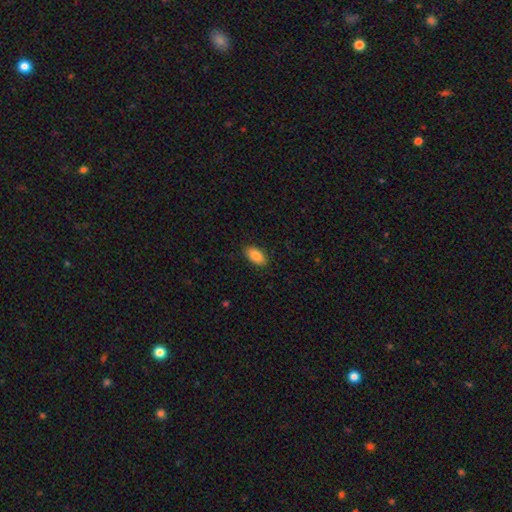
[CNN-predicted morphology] A smooth galaxy with no disk features (87%) that is in between round and cigar-shaped (94%). Merging: none (89%).